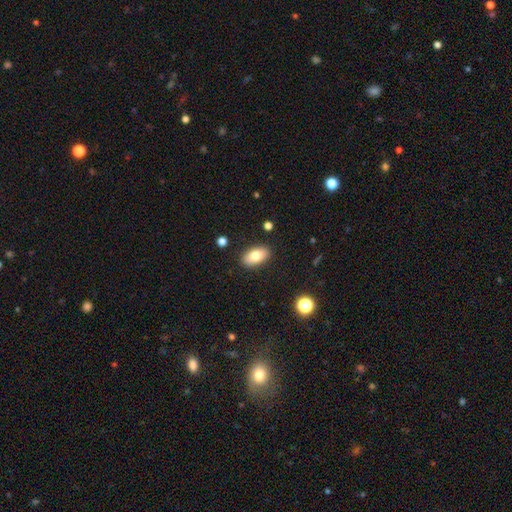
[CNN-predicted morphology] This appears to be a smooth galaxy with no disk features (78%) that is in between round and cigar-shaped (92%). Merging: none (88%).